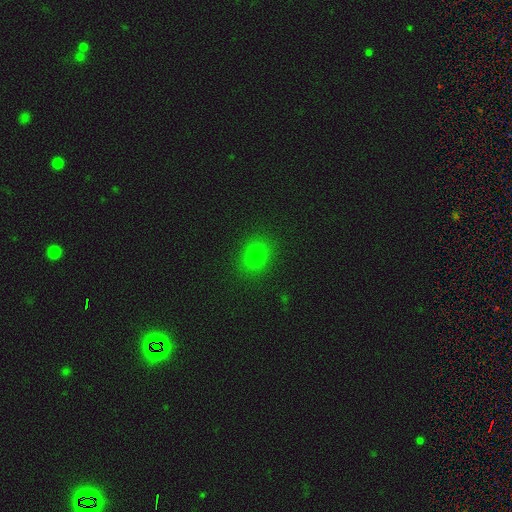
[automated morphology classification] Q: Smooth or featured?
A: smooth (76%); runner-up: star or artifact (16%)
Q: How rounded?
A: round (61%); runner-up: in between (38%)
Q: Merging?
A: none (86%); runner-up: minor disturbance (9%)